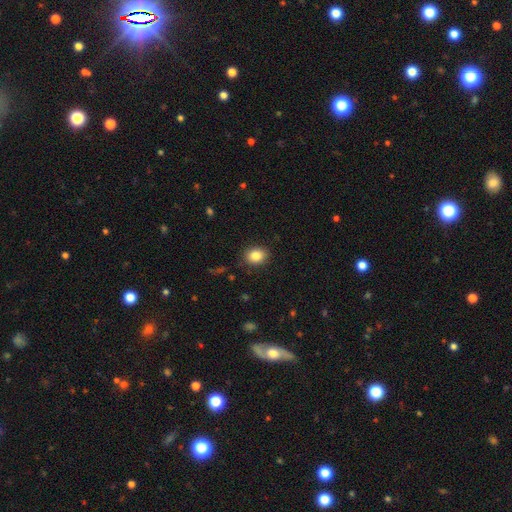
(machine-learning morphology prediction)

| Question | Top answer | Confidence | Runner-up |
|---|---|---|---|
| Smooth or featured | smooth | 85% | star or artifact (9%) |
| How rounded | in between | 50% | round (49%) |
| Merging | none | 88% | minor disturbance (9%) |